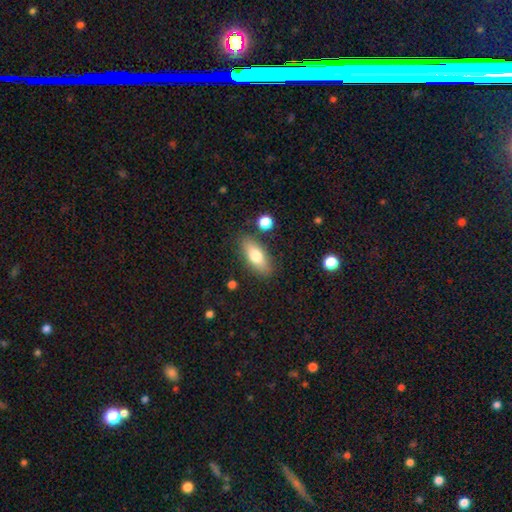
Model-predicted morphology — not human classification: Smooth or featured? Predicted: smooth (p=0.74). How rounded? Predicted: in between (p=0.75). Merging? Predicted: none (p=0.82).